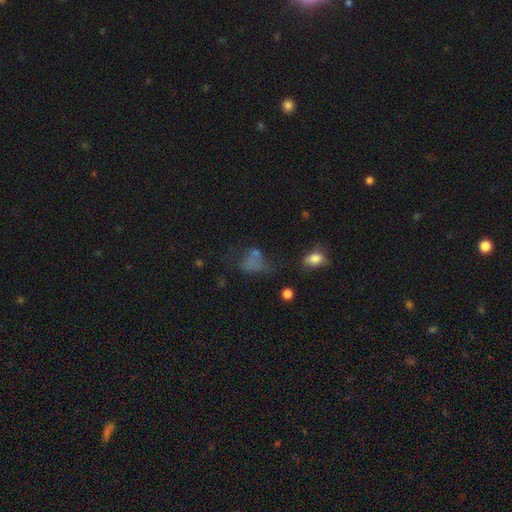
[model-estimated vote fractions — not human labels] The model was most divided on "merging": none: 37%, major disturbance: 28%, minor disturbance: 20%, merger: 16%. Remaining: smooth or featured — smooth (49%).